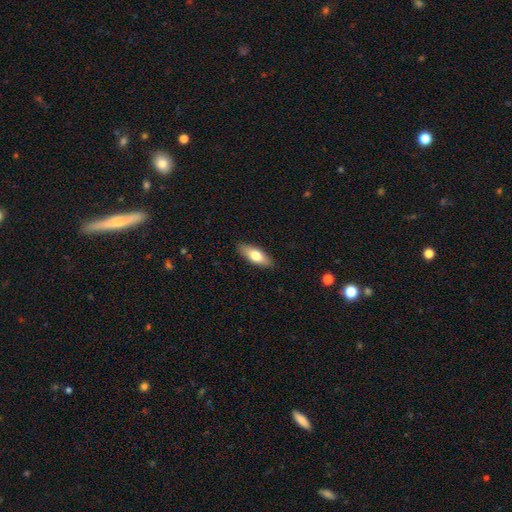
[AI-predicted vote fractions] Smooth or featured?
  - smooth: 70% *
  - featured or disk: 24%
  - star or artifact: 6%
How rounded?
  - in between: 70% *
  - cigar-shaped: 28%
  - round: 3%
Merging?
  - none: 88% *
  - minor disturbance: 9%
  - major disturbance: 2%
  - merger: 1%